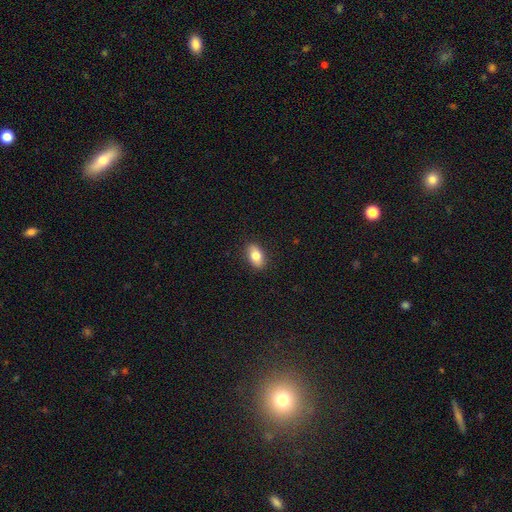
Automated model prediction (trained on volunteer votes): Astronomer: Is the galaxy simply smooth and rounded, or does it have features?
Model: smooth — 81%.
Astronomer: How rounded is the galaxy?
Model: in between — 89%.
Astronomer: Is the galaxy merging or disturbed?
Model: none — 88%.